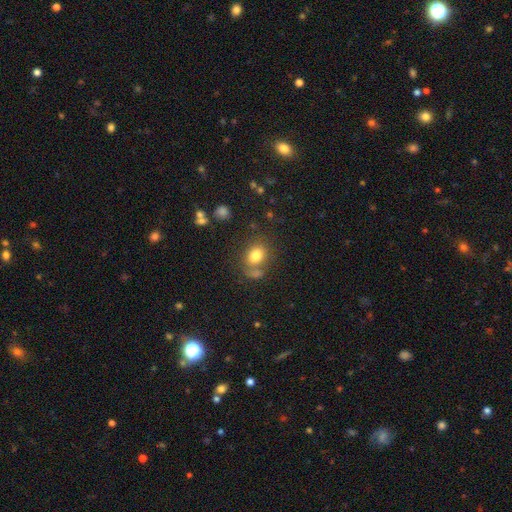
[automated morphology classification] Q: Smooth or featured?
A: smooth (78%); runner-up: star or artifact (11%)
Q: How rounded?
A: in between (57%); runner-up: round (42%)
Q: Merging?
A: none (60%); runner-up: merger (19%)